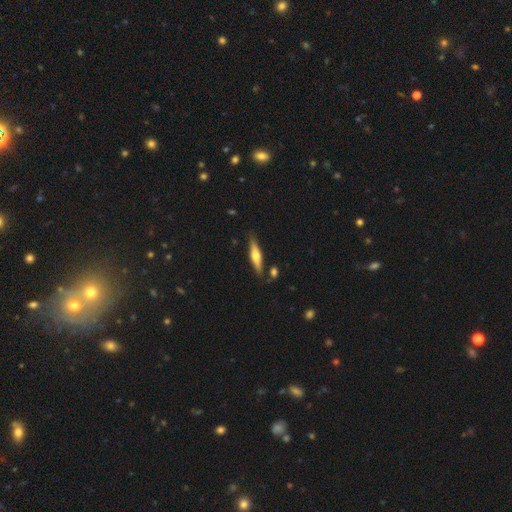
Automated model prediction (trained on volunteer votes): Smooth or featured? Predicted: featured or disk (p=0.52). Edge-on disk? Predicted: yes (p=0.94). Merging? Predicted: none (p=0.83).